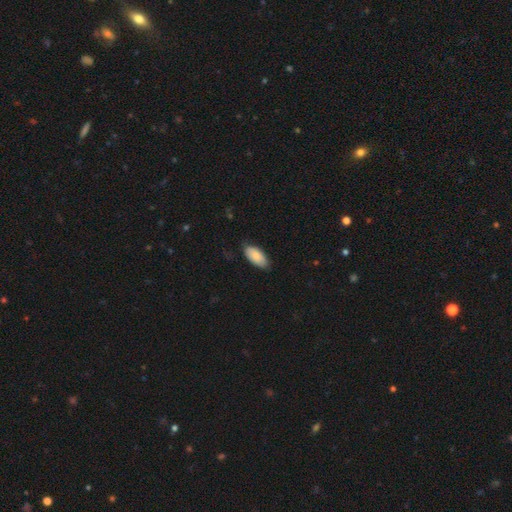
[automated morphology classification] Smooth or featured? Predicted: smooth (p=0.83). How rounded? Predicted: in between (p=0.93). Merging? Predicted: none (p=0.77).